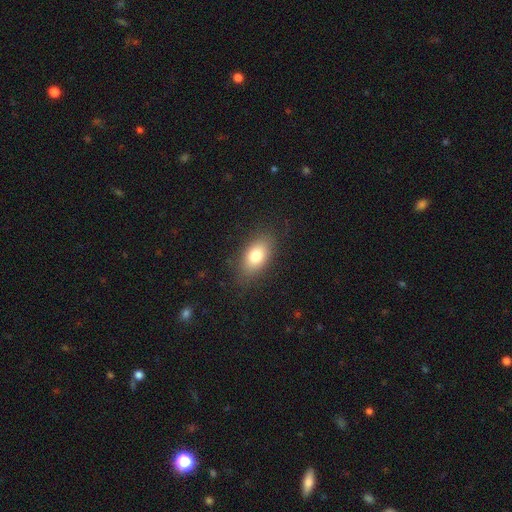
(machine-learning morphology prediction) A smooth galaxy with no disk features (79%) that is in between round and cigar-shaped (89%). Merging: none (84%).